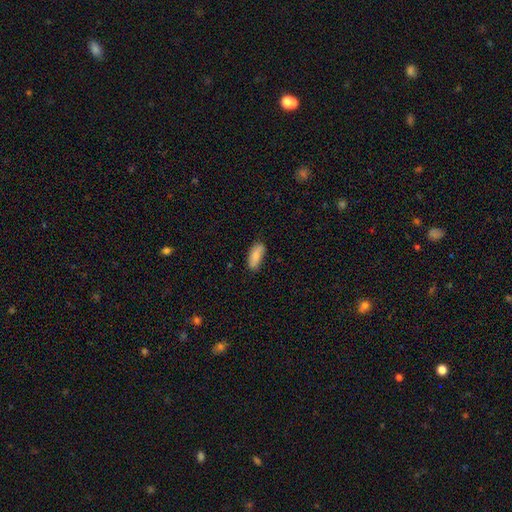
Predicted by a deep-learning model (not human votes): Smooth or featured? smooth (82%)
How rounded? in between (81%)
Merging? none (80%)